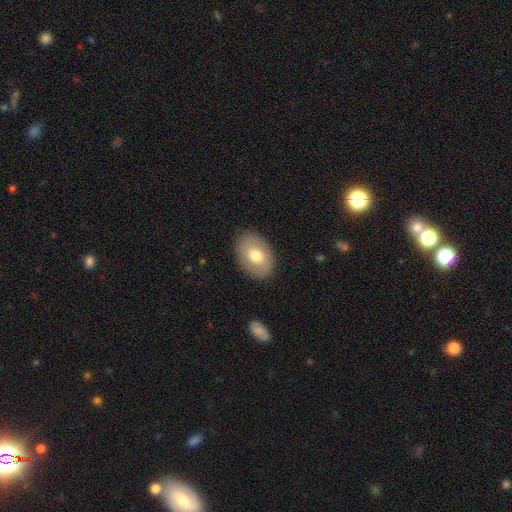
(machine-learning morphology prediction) Smooth or featured?
  - smooth: 68% *
  - featured or disk: 25%
  - star or artifact: 7%
How rounded?
  - in between: 83% *
  - round: 16%
  - cigar-shaped: 1%
Merging?
  - none: 85% *
  - minor disturbance: 11%
  - major disturbance: 3%
  - merger: 1%